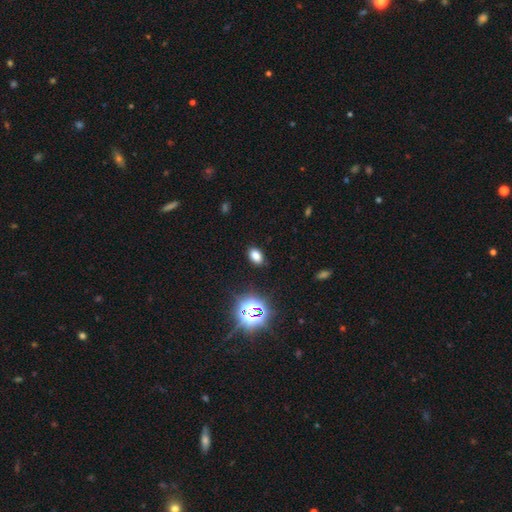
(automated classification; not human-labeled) A smooth galaxy with no disk features (75%) that is in between round and cigar-shaped (87%).

Vote fractions:
- Smooth or featured? smooth: 75% / star or artifact: 20% / featured or disk: 5%
- How rounded? in between: 87% / round: 11% / cigar-shaped: 2%
- Merging? none: 87% / minor disturbance: 9% / major disturbance: 3% / merger: 1%